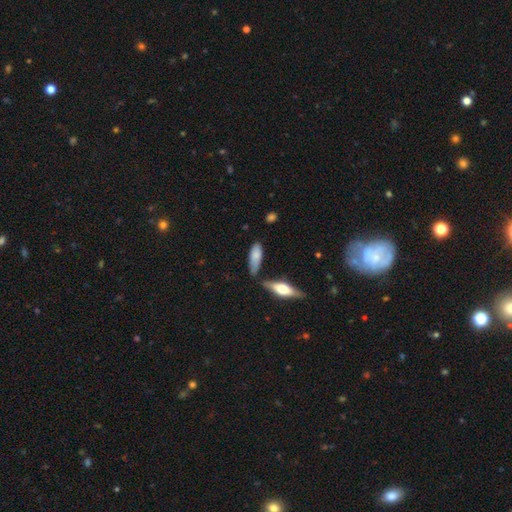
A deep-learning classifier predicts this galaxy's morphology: This appears to be a smooth galaxy with no disk features (75%) that is in between round and cigar-shaped (61%). Merging: none (55%).